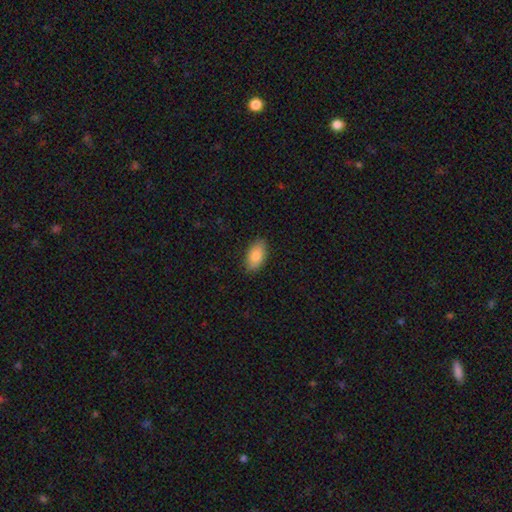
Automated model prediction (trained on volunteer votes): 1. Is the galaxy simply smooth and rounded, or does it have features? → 86% smooth, 8% featured or disk, 6% star or artifact.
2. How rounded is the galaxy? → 94% in between, 3% cigar-shaped, 3% round.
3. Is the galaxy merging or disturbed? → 87% none, 10% minor disturbance, 2% major disturbance, 1% merger.